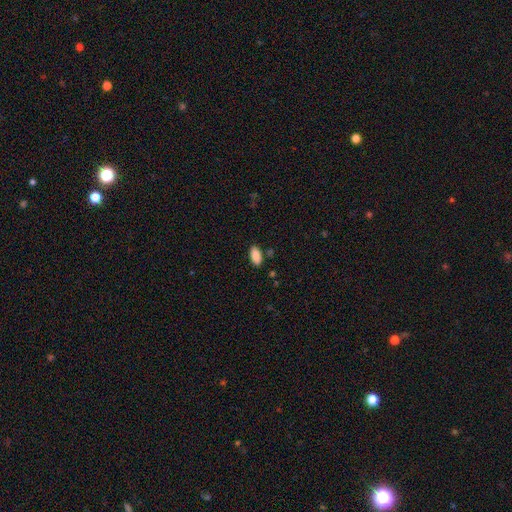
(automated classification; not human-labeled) Smooth or featured? Predicted: smooth (p=0.88). How rounded? Predicted: in between (p=0.93). Merging? Predicted: none (p=0.85).